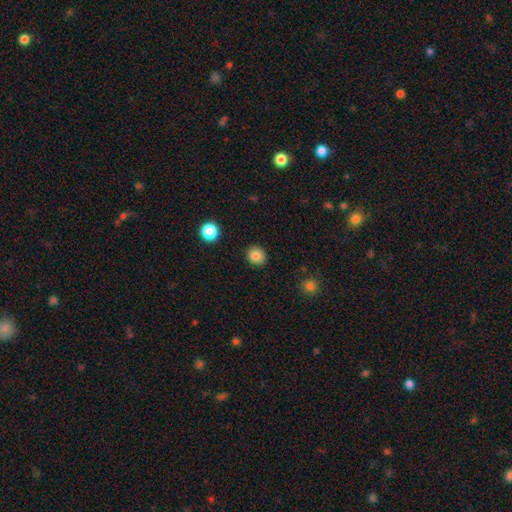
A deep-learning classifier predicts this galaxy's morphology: smooth_or_featured: smooth (p=0.85) [alt: star or artifact p=0.10]
how_rounded: round (p=0.81) [alt: in between p=0.18]
merging: none (p=0.90) [alt: minor disturbance p=0.07]